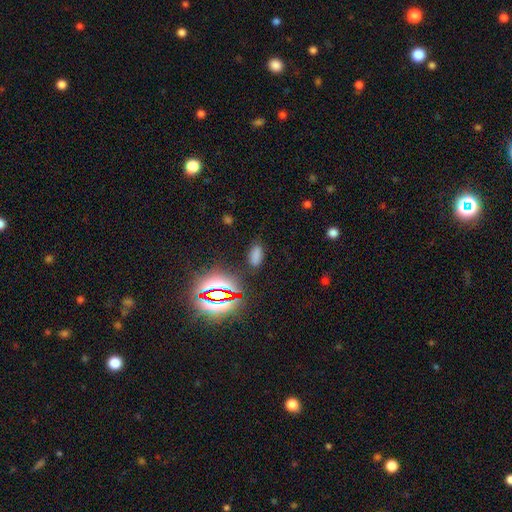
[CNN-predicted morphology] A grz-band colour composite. It shows a smooth galaxy with no disk features (69%) that is in between round and cigar-shaped (90%). Merging: none (83%).